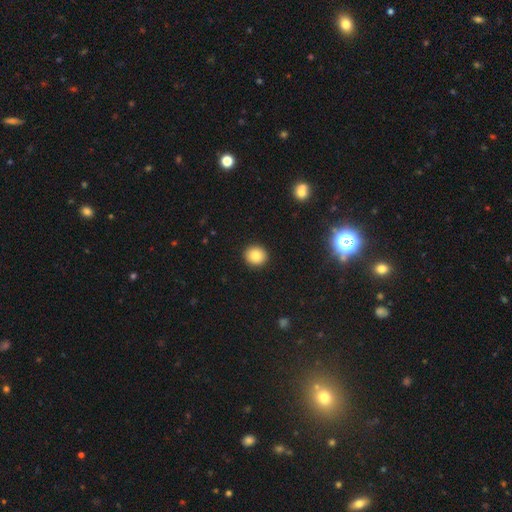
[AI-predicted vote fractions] A smooth galaxy with no disk features (84%) that is round (85%). Merging: none (92%).